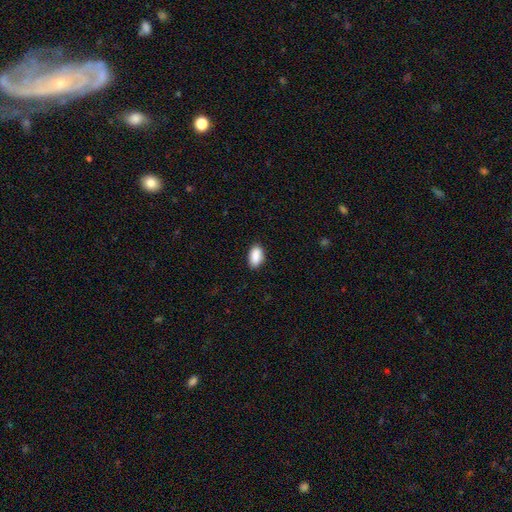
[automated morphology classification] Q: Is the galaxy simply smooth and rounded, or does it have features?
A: smooth — 90%.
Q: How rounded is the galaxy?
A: in between — 93%.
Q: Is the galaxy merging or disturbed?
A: none — 84%.